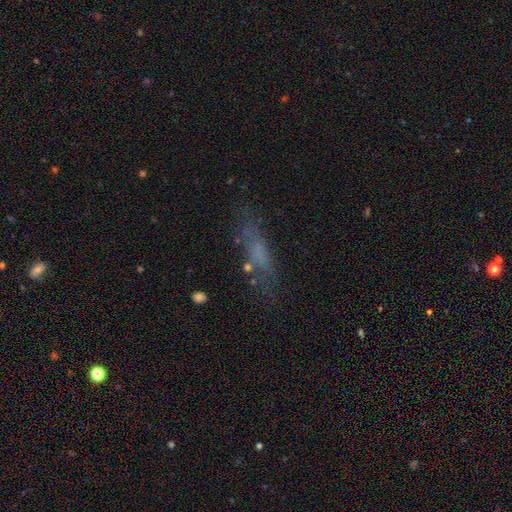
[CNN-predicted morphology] smooth_or_featured: smooth (p=0.53) [alt: featured or disk p=0.32]
how_rounded: cigar-shaped (p=0.62) [alt: in between p=0.35]
merging: none (p=0.62) [alt: minor disturbance p=0.20]